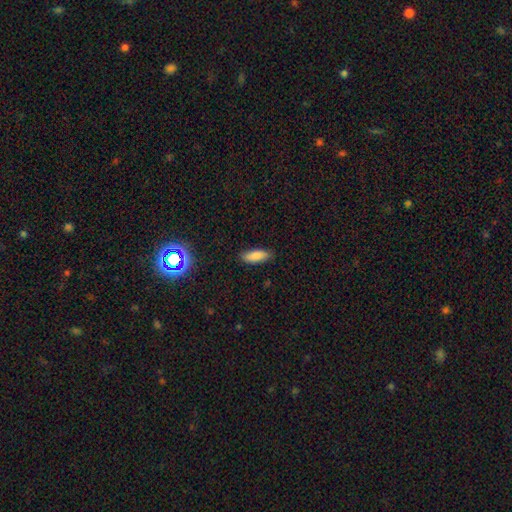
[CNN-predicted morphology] smooth 84%, star or artifact 8%, featured or disk 8%. Down the decision tree: how rounded — in between (68%); merging — none (86%).